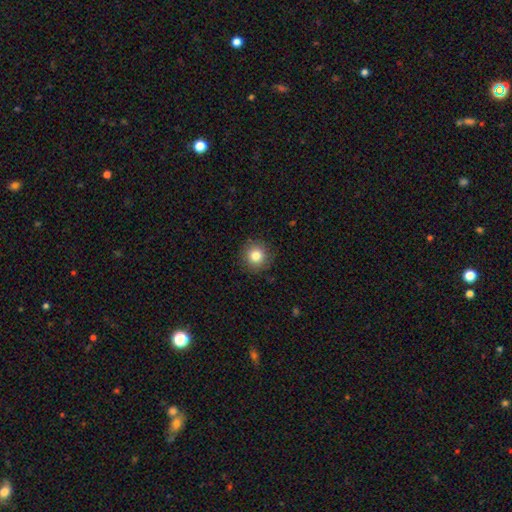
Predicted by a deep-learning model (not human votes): This is clearly a smooth galaxy (82%). How rounded: clearly round (95%). Merging: clearly none (90%).